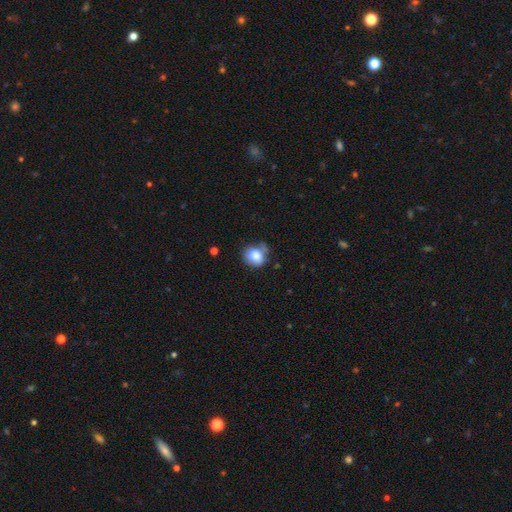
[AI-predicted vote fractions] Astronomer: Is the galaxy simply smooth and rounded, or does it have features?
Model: smooth — 80%.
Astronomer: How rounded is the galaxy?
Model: round — 64%.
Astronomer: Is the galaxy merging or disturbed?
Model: none — 50% (runner-up: minor disturbance, 30%).